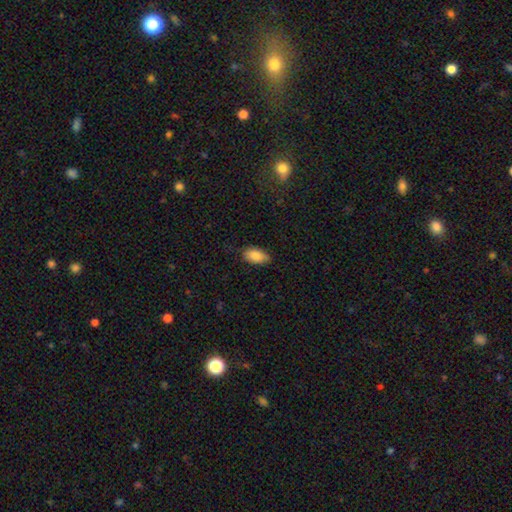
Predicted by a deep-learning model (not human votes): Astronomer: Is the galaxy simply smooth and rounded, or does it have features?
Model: smooth — 87%.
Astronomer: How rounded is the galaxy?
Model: in between — 93%.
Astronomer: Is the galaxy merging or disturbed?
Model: none — 79%.